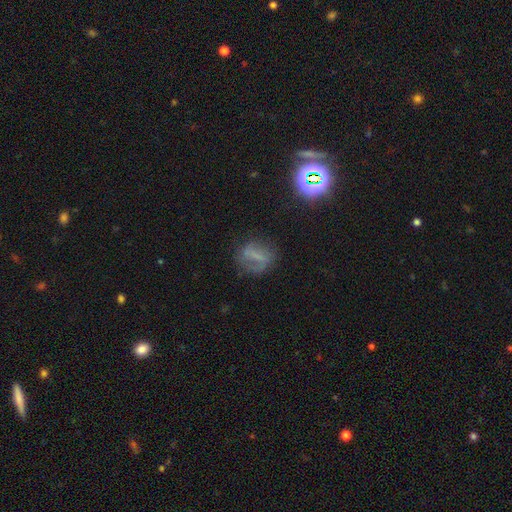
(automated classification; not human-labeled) Overall: smooth (41%; featured or disk 37%). Merging: none (62%).